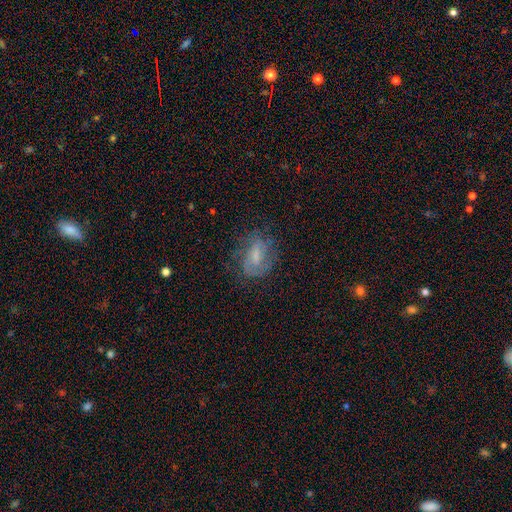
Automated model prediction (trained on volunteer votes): Morphology: type=featured or disk (56%); edge-on=no (95%); bar=weak (49%); spiral arms=yes (76%); bulge=small (38%); merging=none (61%).